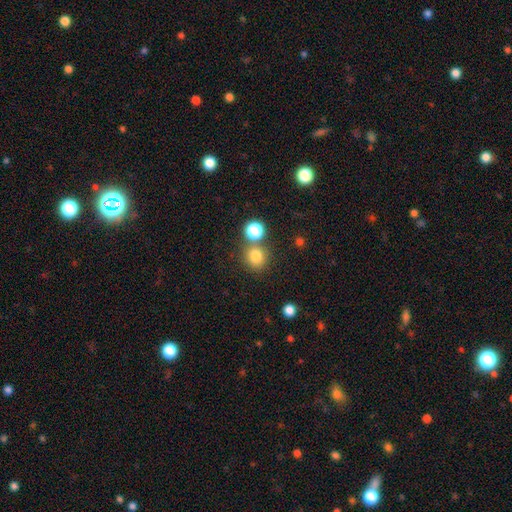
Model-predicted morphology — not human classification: Overall: smooth (79%). How rounded: round (87%). Merging: none (70%).